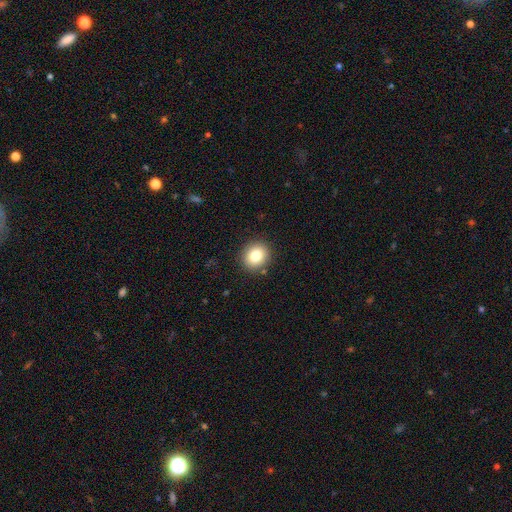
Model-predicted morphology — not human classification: Overall: smooth (81%). How rounded: round (78%). Merging: none (89%).